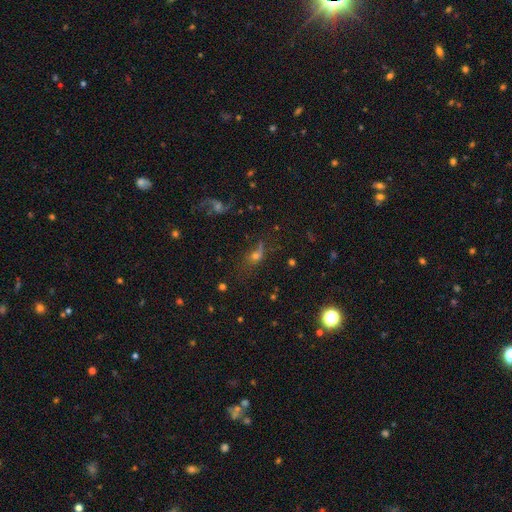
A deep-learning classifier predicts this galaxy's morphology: The model was most divided on "smooth or featured": smooth: 45%, star or artifact: 33%, featured or disk: 22%. Remaining: merging — none (50%).